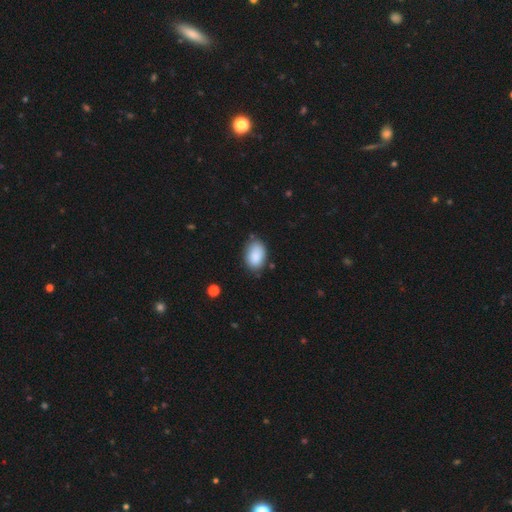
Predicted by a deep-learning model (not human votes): Smooth or featured?
  - smooth: 88% *
  - star or artifact: 7%
  - featured or disk: 5%
How rounded?
  - in between: 89% *
  - round: 10%
  - cigar-shaped: 1%
Merging?
  - none: 75% *
  - minor disturbance: 19%
  - major disturbance: 4%
  - merger: 2%